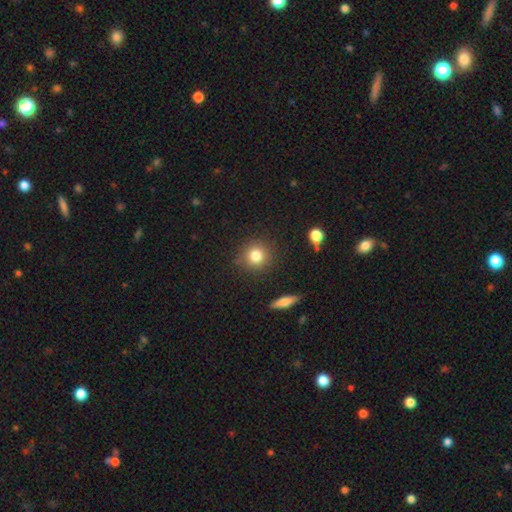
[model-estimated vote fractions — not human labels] Smooth or featured? Predicted: smooth (p=0.81). How rounded? Predicted: round (p=0.90). Merging? Predicted: none (p=0.87).